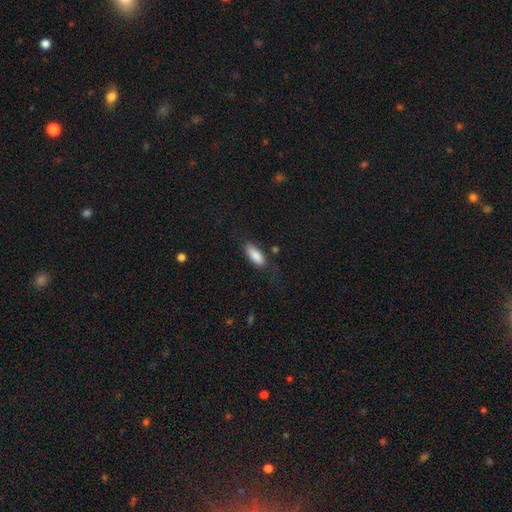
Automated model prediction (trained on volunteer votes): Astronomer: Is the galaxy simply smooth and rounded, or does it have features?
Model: smooth — 86%.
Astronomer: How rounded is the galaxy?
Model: in between — 74%.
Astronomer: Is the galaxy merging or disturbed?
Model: none — 70%.